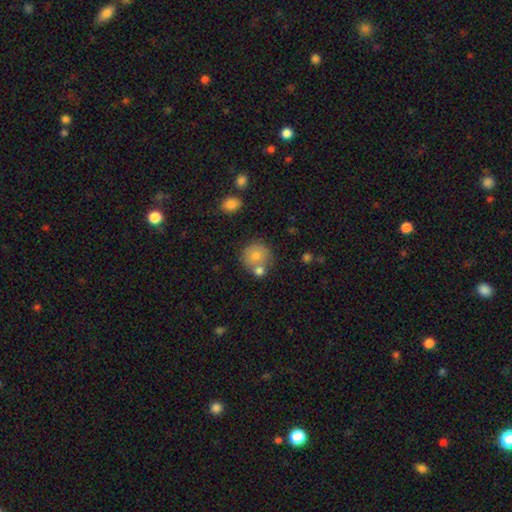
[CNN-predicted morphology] Smooth or featured: smooth — 77% (featured or disk — 14%)
How rounded: round — 87% (in between — 12%)
Merging: none — 54% (merger — 30%)